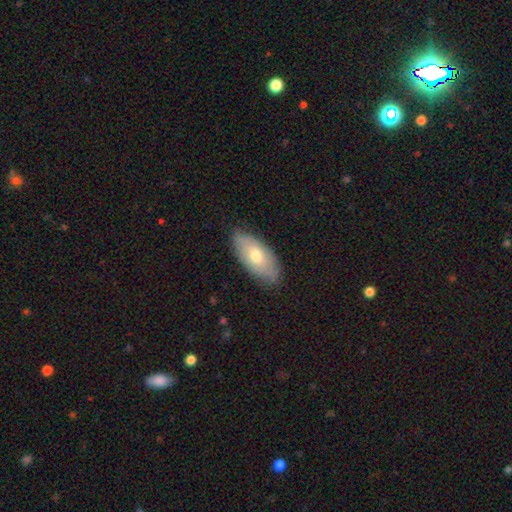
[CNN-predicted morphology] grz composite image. It shows a smooth galaxy with no disk features (64%) that is in between round and cigar-shaped (90%). Merging: none (79%).